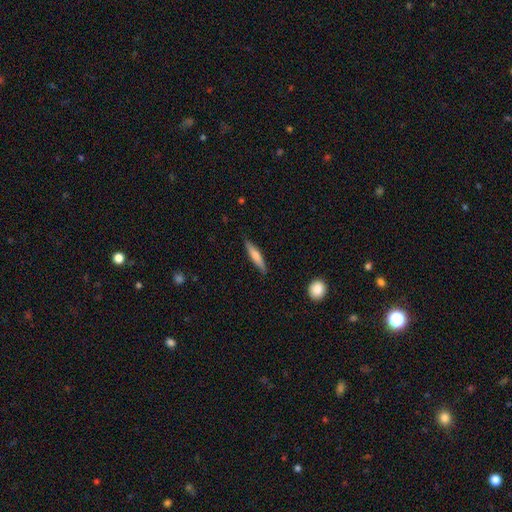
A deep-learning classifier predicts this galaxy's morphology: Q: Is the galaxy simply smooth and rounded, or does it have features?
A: smooth — 64%.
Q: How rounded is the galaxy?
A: cigar-shaped — 88%.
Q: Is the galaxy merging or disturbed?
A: none — 88%.